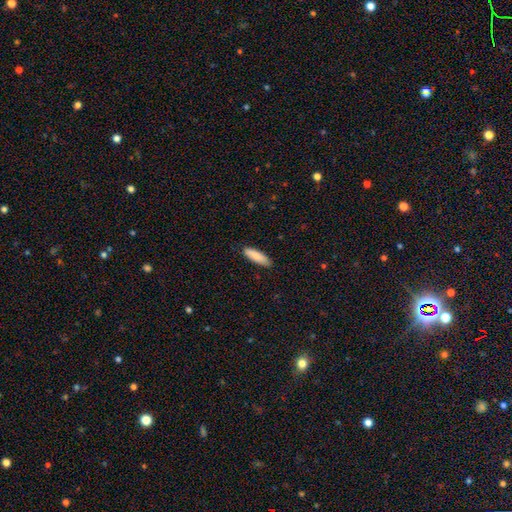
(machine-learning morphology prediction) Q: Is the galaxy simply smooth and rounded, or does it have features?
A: smooth — 87%.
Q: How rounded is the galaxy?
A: in between — 51%.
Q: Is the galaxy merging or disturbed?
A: none — 87%.